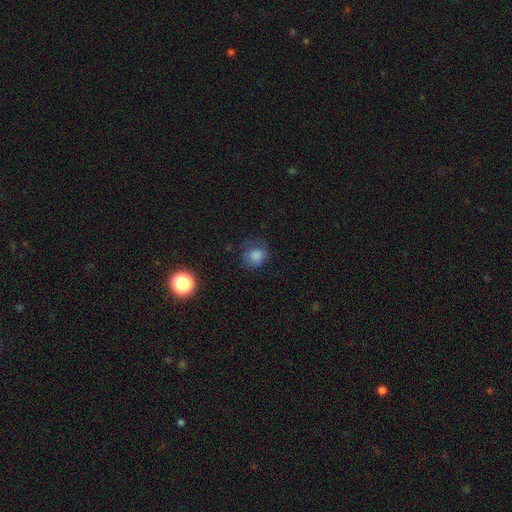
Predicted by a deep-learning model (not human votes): Q: Smooth or featured?
A: smooth (80%); runner-up: star or artifact (13%)
Q: How rounded?
A: round (72%); runner-up: in between (27%)
Q: Merging?
A: none (63%); runner-up: minor disturbance (23%)